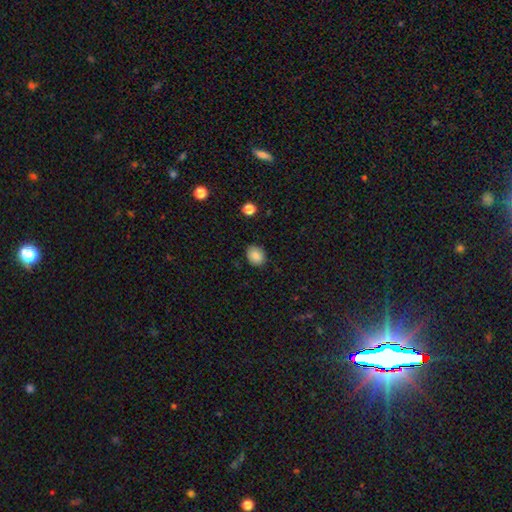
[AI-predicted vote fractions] A smooth galaxy with no disk features (86%) that is in between round and cigar-shaped (53%). Merging: none (83%).